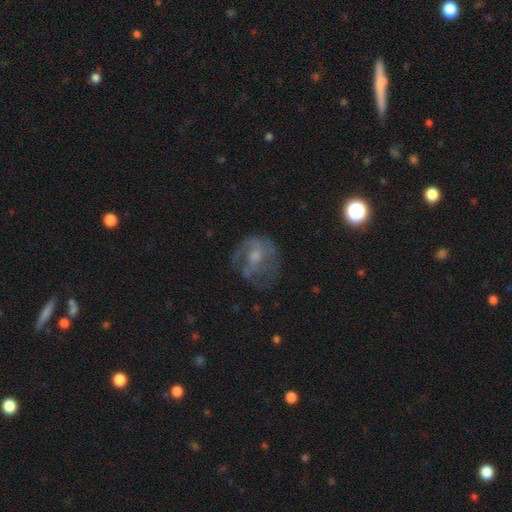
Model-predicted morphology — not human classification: A featured or disk galaxy (65%) with no bar (56%), spiral arms (71%) and a moderate central bulge (42%). Merging: none (52%).